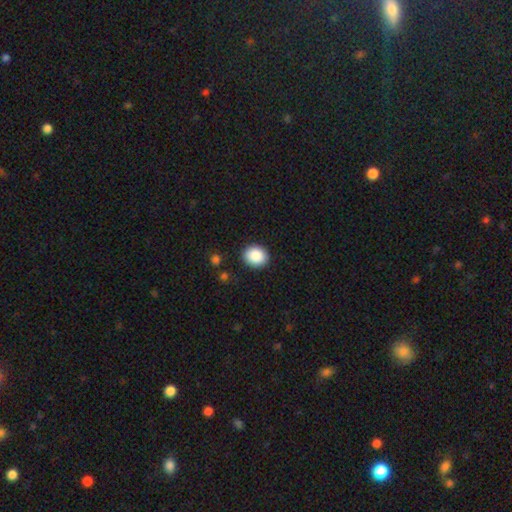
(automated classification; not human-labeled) smooth_or_featured: smooth (p=0.88) [alt: star or artifact p=0.08]
how_rounded: round (p=0.62) [alt: in between p=0.38]
merging: none (p=0.90) [alt: minor disturbance p=0.07]